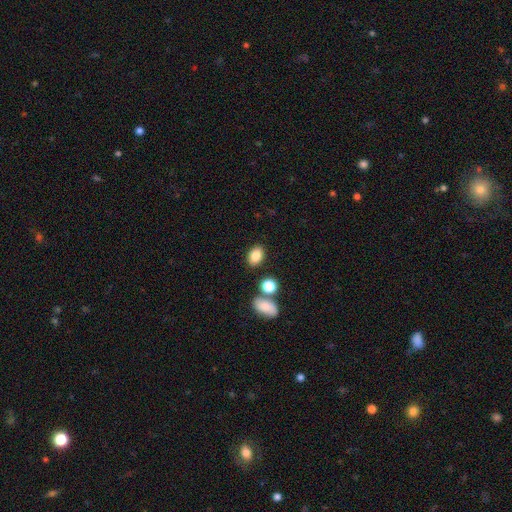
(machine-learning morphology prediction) Smooth or featured?
  - smooth: 84% *
  - star or artifact: 9%
  - featured or disk: 6%
How rounded?
  - in between: 82% *
  - round: 16%
  - cigar-shaped: 1%
Merging?
  - none: 81% *
  - minor disturbance: 10%
  - merger: 6%
  - major disturbance: 3%